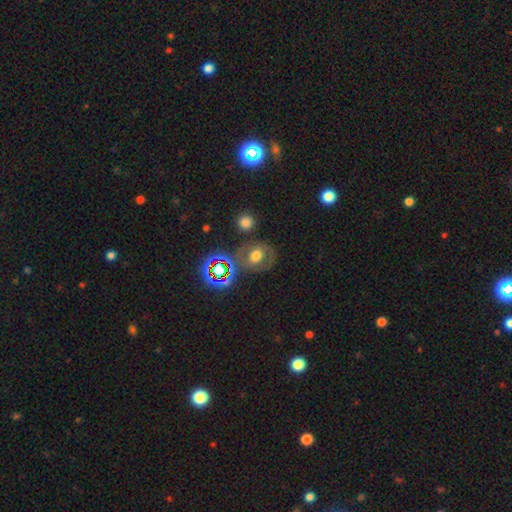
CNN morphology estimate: Overall: smooth (46%; featured or disk 33%). Merging: none (64%).